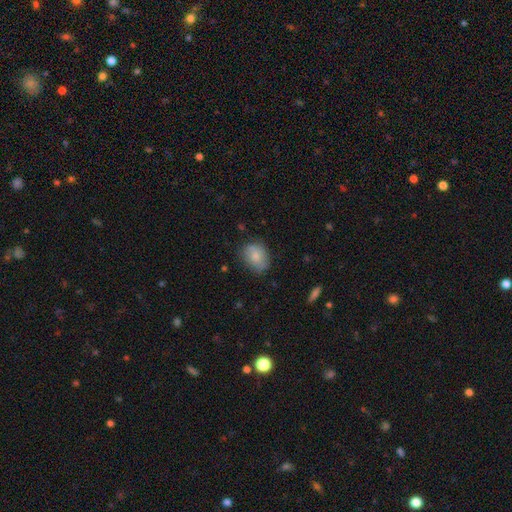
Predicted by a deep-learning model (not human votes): smooth_or_featured: smooth (p=0.73) [alt: featured or disk p=0.19]
how_rounded: in between (p=0.58) [alt: round p=0.41]
merging: none (p=0.68) [alt: minor disturbance p=0.24]